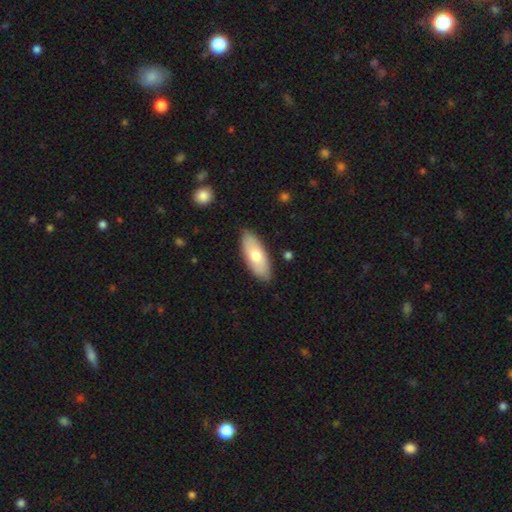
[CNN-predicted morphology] smooth-or-featured: smooth: 69% | featured or disk: 25% | star or artifact: 5%
  how-rounded: in between: 82% | cigar-shaped: 16% | round: 2%
  merging: none: 85% | minor disturbance: 11% | major disturbance: 2% | merger: 1%